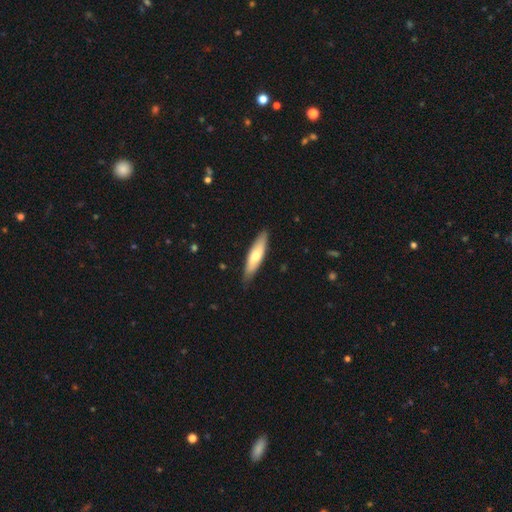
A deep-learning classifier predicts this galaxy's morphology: A smooth galaxy with no disk features (63%) that is cigar-shaped (67%).

Vote fractions:
- Smooth or featured? smooth: 63% / featured or disk: 32% / star or artifact: 5%
- How rounded? cigar-shaped: 67% / in between: 32% / round: 2%
- Merging? none: 85% / minor disturbance: 12% / major disturbance: 2% / merger: 1%